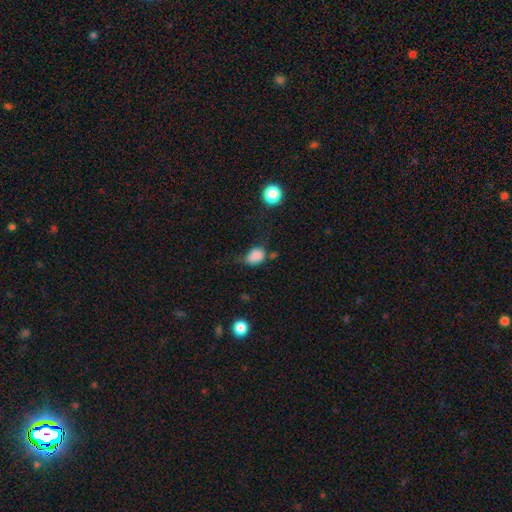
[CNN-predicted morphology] Smooth or featured? Predicted: smooth (p=0.83). How rounded? Predicted: in between (p=0.64). Merging? Predicted: none (p=0.41).